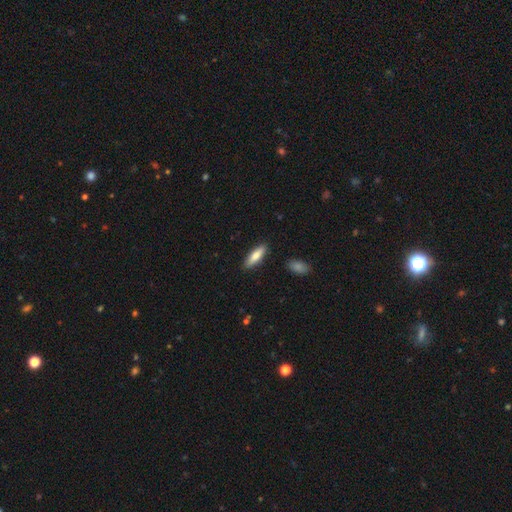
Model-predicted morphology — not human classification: A smooth galaxy with no disk features (76%) that is cigar-shaped (57%).

Vote fractions:
- Smooth or featured? smooth: 76% / featured or disk: 19% / star or artifact: 5%
- How rounded? cigar-shaped: 57% / in between: 42% / round: 2%
- Merging? none: 88% / minor disturbance: 9% / major disturbance: 2% / merger: 2%